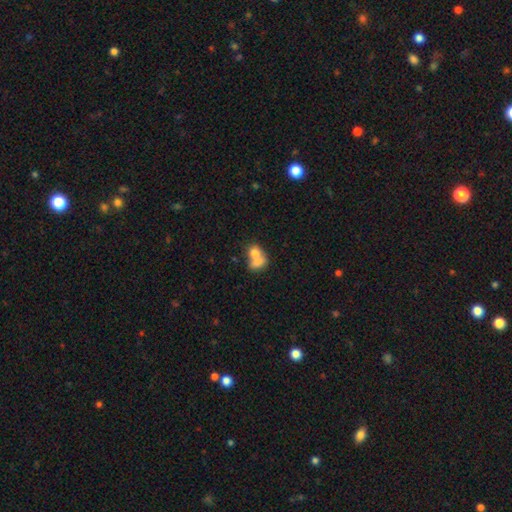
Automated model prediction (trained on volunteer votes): Q: Smooth or featured?
A: smooth (74%); runner-up: featured or disk (17%)
Q: How rounded?
A: in between (58%); runner-up: round (40%)
Q: Merging?
A: merger (67%); runner-up: none (21%)